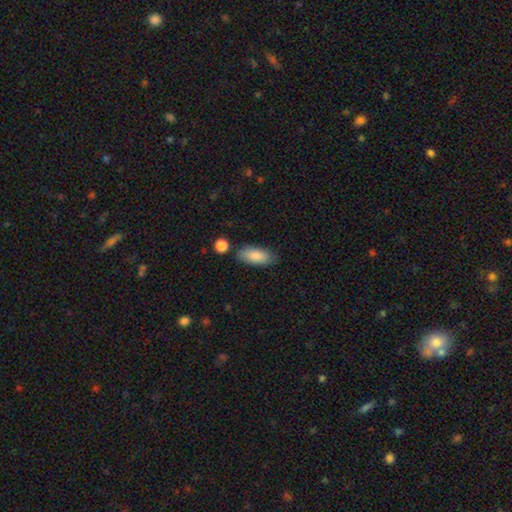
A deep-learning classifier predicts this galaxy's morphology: smooth 86%, featured or disk 8%, star or artifact 6%. Down the decision tree: how rounded — in between (85%); merging — none (79%).